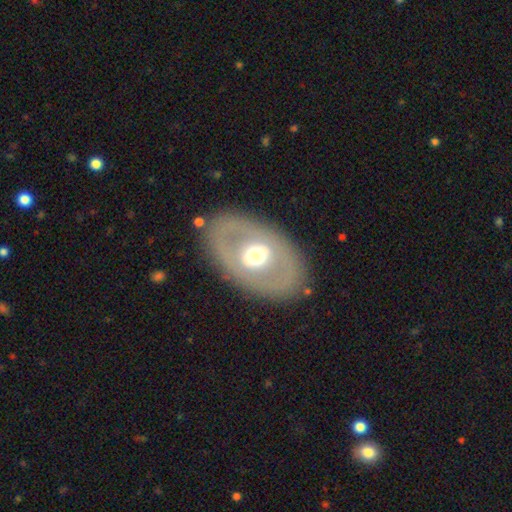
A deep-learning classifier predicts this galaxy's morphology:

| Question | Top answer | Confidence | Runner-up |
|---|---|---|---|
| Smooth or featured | featured or disk | 57% | smooth (36%) |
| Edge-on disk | no | 87% | yes (13%) |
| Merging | none | 82% | minor disturbance (10%) |